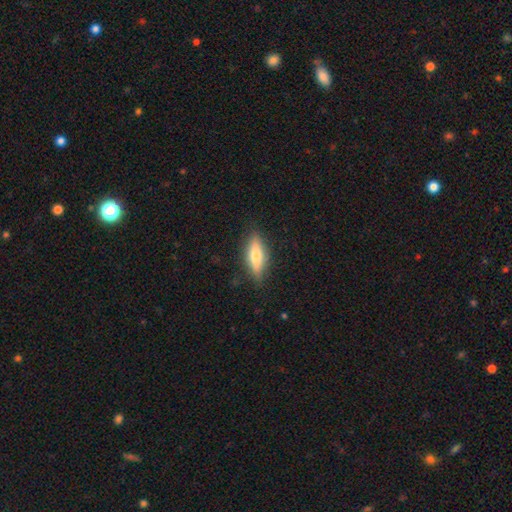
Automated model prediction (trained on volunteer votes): smooth 56%, featured or disk 38%, star or artifact 7%. Down the decision tree: how rounded — cigar-shaped (51%); merging — none (84%).